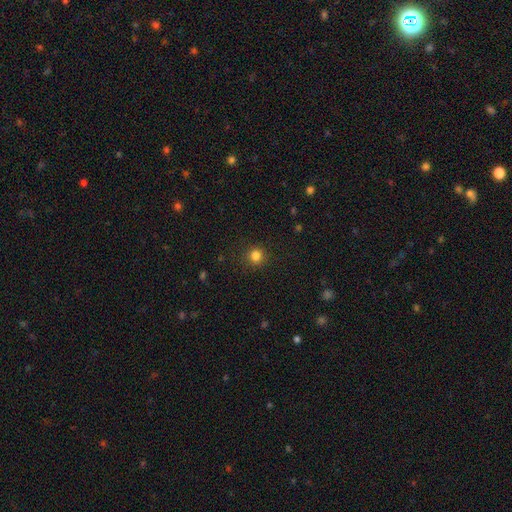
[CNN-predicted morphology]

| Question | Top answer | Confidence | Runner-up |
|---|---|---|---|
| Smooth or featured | smooth | 83% | star or artifact (13%) |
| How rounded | round | 92% | in between (7%) |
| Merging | none | 90% | minor disturbance (7%) |